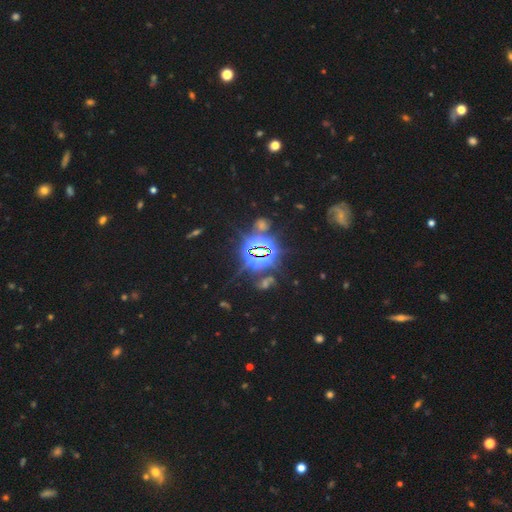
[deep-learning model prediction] Smooth or featured? star or artifact (81%)